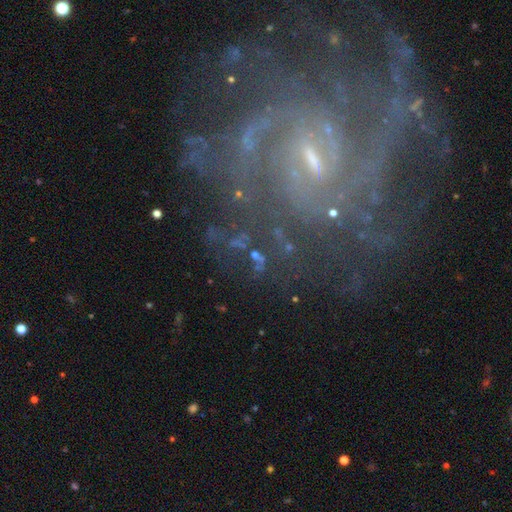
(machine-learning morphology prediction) Q: Smooth or featured?
A: featured or disk (58%); runner-up: star or artifact (27%)
Q: Edge-on disk?
A: no (92%); runner-up: yes (8%)
Q: Bar?
A: no (36%); runner-up: weak (33%)
Q: Spiral arms?
A: yes (70%); runner-up: no (30%)
Q: Bulge size?
A: small (48%); runner-up: moderate (28%)
Q: Merging?
A: none (62%); runner-up: minor disturbance (17%)